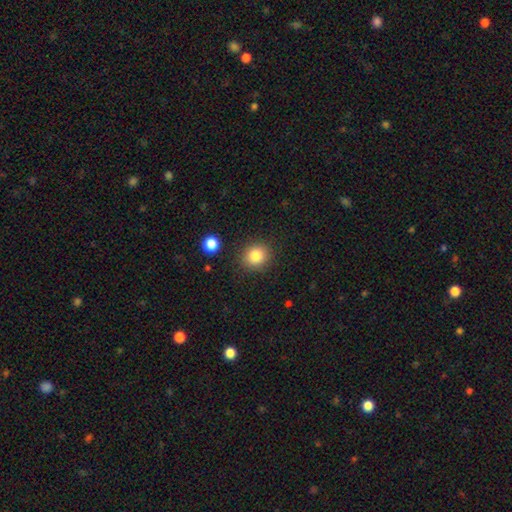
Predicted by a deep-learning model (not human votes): Smooth or featured? Predicted: smooth (p=0.84). How rounded? Predicted: round (p=0.84). Merging? Predicted: none (p=0.88).